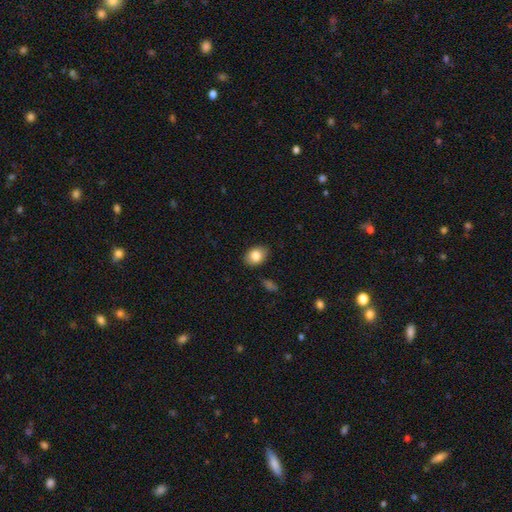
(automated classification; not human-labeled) Overall: smooth (83%). How rounded: in between (73%). Merging: none (85%).